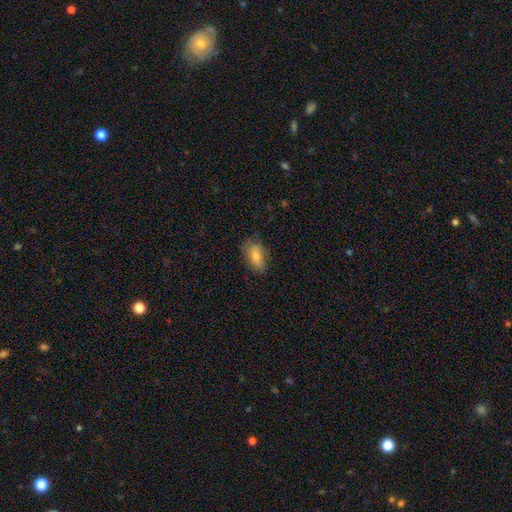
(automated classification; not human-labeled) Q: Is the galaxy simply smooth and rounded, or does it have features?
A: smooth — 77%.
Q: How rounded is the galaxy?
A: in between — 87%.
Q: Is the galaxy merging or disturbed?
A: none — 67%.